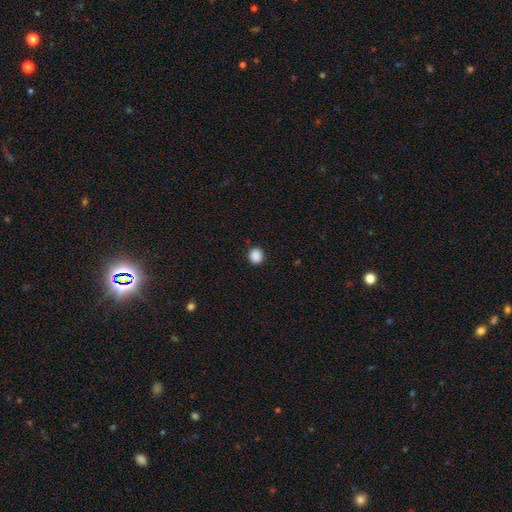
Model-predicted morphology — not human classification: Overall: smooth (88%). How rounded: round (88%). Merging: none (90%).